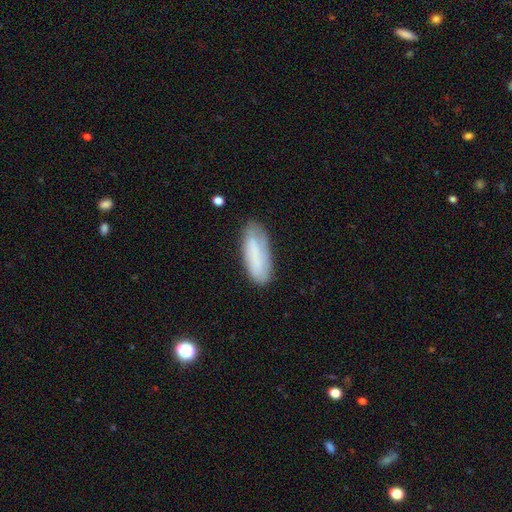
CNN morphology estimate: Smooth or featured: smooth — 72% (featured or disk — 20%)
How rounded: in between — 66% (cigar-shaped — 32%)
Merging: none — 70% (minor disturbance — 22%)